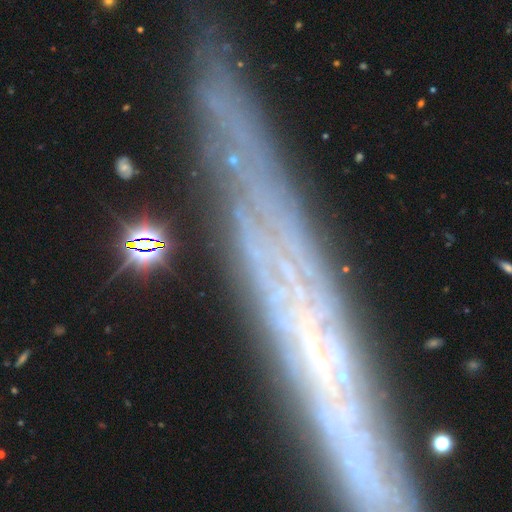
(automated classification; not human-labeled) A featured or disk galaxy (53%) viewed edge-on (68%).

Vote fractions:
- Smooth or featured? featured or disk: 53% / star or artifact: 28% / smooth: 19%
- Edge-on disk? yes: 68% / no: 32%
- Merging? none: 81% / minor disturbance: 12% / major disturbance: 4% / merger: 3%